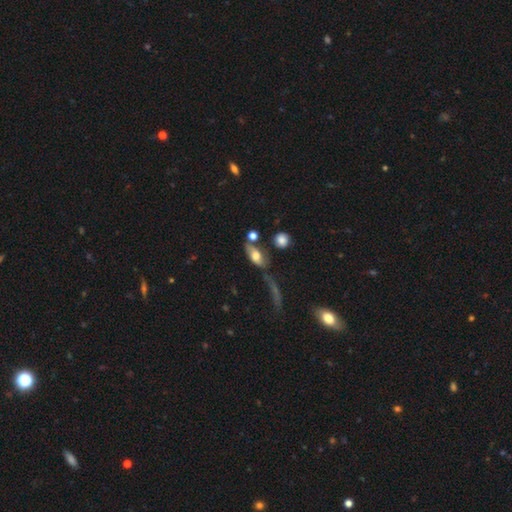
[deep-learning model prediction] Smooth or featured? Predicted: smooth (p=0.58). How rounded? Predicted: in between (p=0.78). Merging? Predicted: none (p=0.45).